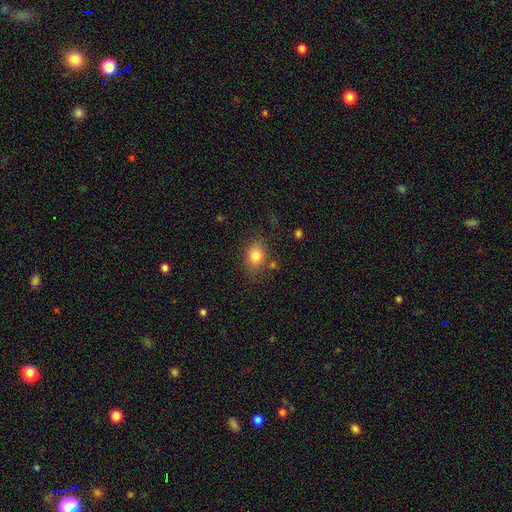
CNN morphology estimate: Smooth or featured? Predicted: smooth (p=0.81). How rounded? Predicted: in between (p=0.58). Merging? Predicted: none (p=0.77).